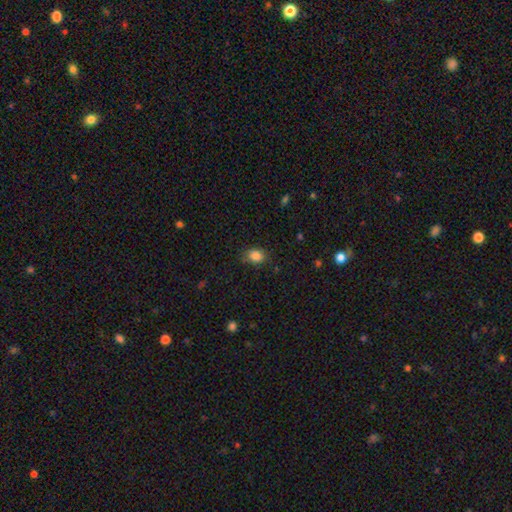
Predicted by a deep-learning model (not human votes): Q: Smooth or featured?
A: smooth (85%); runner-up: star or artifact (10%)
Q: How rounded?
A: in between (63%); runner-up: round (36%)
Q: Merging?
A: none (80%); runner-up: minor disturbance (16%)